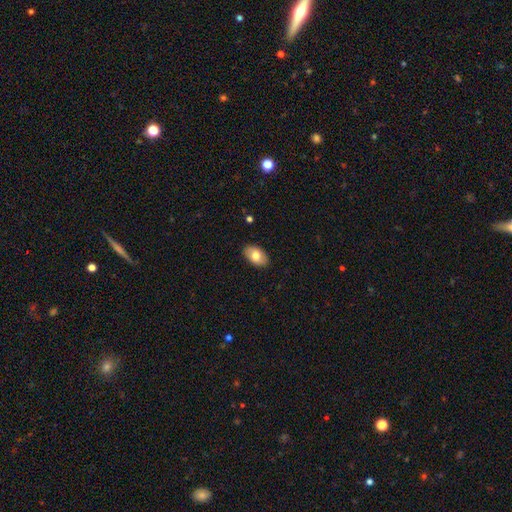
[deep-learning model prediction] Q: Smooth or featured?
A: smooth (76%); runner-up: featured or disk (17%)
Q: How rounded?
A: in between (93%); runner-up: round (6%)
Q: Merging?
A: none (89%); runner-up: minor disturbance (9%)